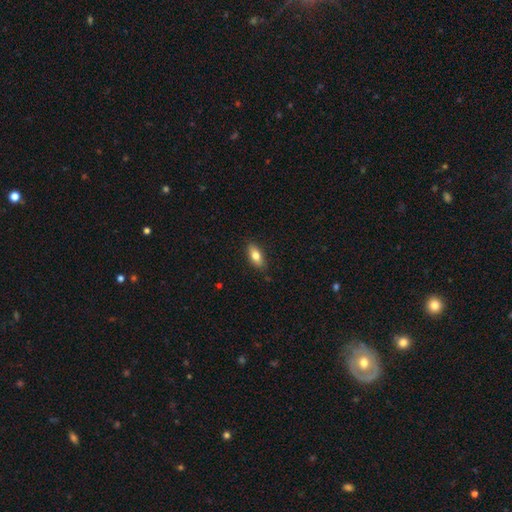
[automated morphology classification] This is likely a smooth galaxy (75%). How rounded: clearly in between (83%). Merging: clearly none (86%).